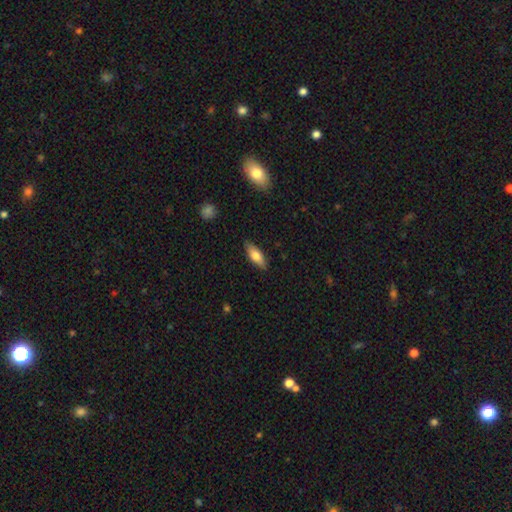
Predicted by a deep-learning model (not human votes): Smooth or featured? Predicted: smooth (p=0.70). How rounded? Predicted: in between (p=0.66). Merging? Predicted: none (p=0.86).